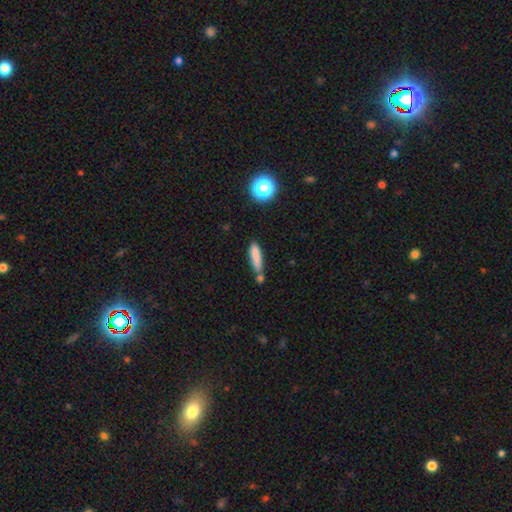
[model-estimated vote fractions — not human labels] Smooth or featured? Predicted: smooth (p=0.80). How rounded? Predicted: cigar-shaped (p=0.79). Merging? Predicted: none (p=0.58).